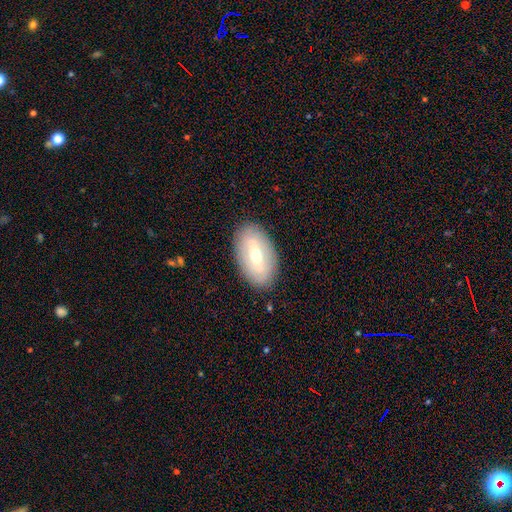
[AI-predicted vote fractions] This appears to be a featured or disk galaxy (55%). Merging: none (87%).